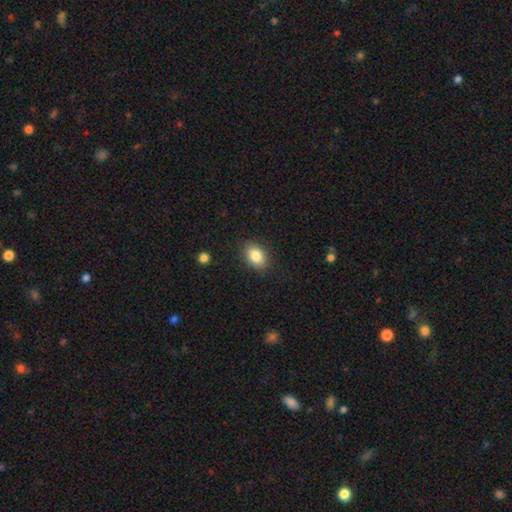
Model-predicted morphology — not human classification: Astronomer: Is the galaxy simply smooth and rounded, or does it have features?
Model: smooth — 85%.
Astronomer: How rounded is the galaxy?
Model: in between — 81%.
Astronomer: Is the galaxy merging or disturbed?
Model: none — 85%.